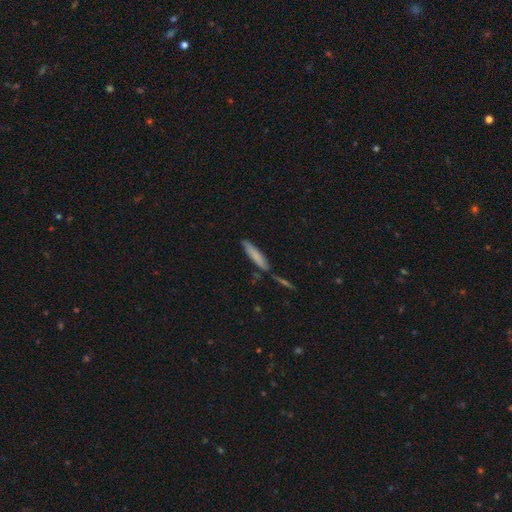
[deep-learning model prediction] smooth 74%, featured or disk 19%, star or artifact 7%. Down the decision tree: how rounded — cigar-shaped (87%); merging — none (70%).